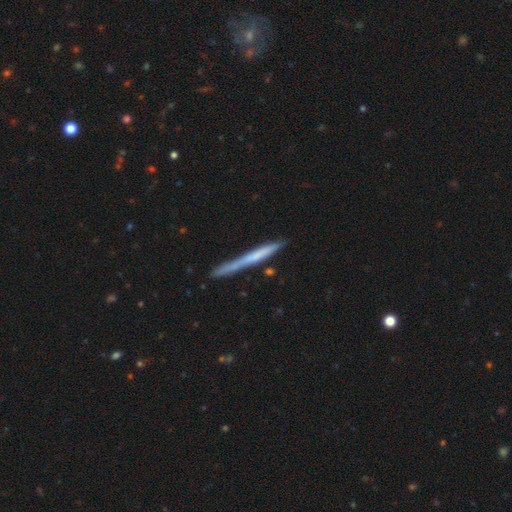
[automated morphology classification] The model was most divided on "smooth or featured": featured or disk: 49%, smooth: 43%, star or artifact: 8%. More confident: merging — none (83%).